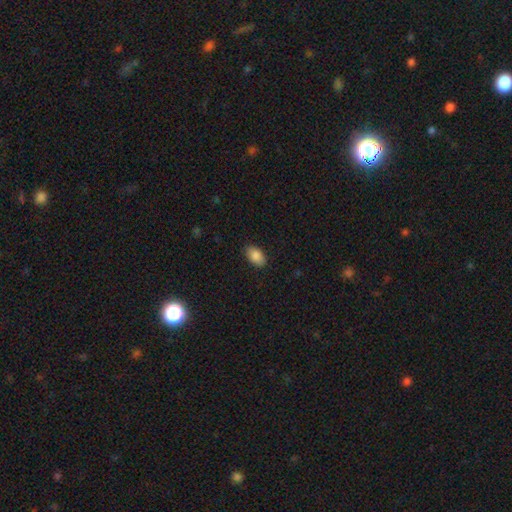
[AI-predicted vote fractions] This is clearly a smooth galaxy (86%). How rounded: clearly in between (93%). Merging: clearly none (87%).